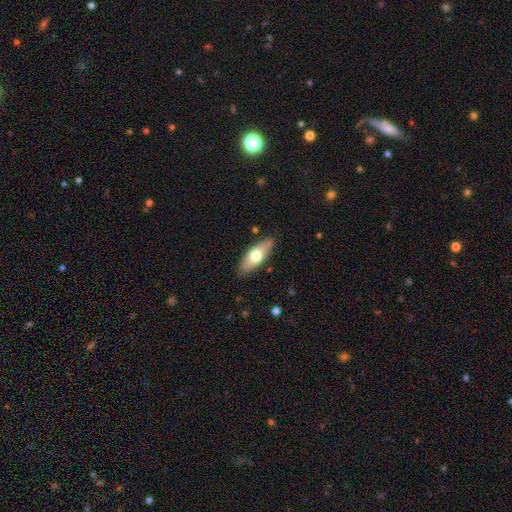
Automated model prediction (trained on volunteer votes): A smooth galaxy with no disk features (61%) that is in between round and cigar-shaped (70%).

Vote fractions:
- Smooth or featured? smooth: 61% / featured or disk: 33% / star or artifact: 6%
- How rounded? in between: 70% / cigar-shaped: 28% / round: 3%
- Merging? none: 85% / minor disturbance: 12% / major disturbance: 2% / merger: 1%